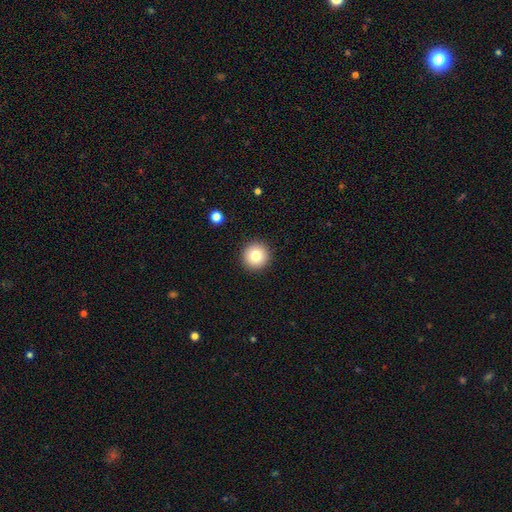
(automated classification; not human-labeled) The model was most divided on "smooth or featured": smooth: 79%, star or artifact: 11%, featured or disk: 10%. More confident: how rounded — round (96%); merging — none (93%).